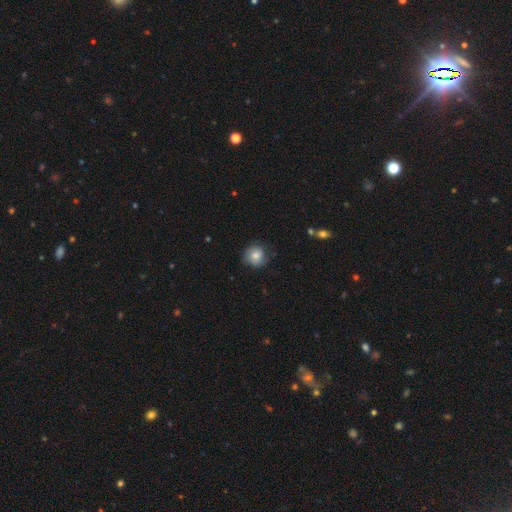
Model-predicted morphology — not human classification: smooth 70%, featured or disk 21%, star or artifact 9%. Down the decision tree: how rounded — round (89%); merging — none (75%).